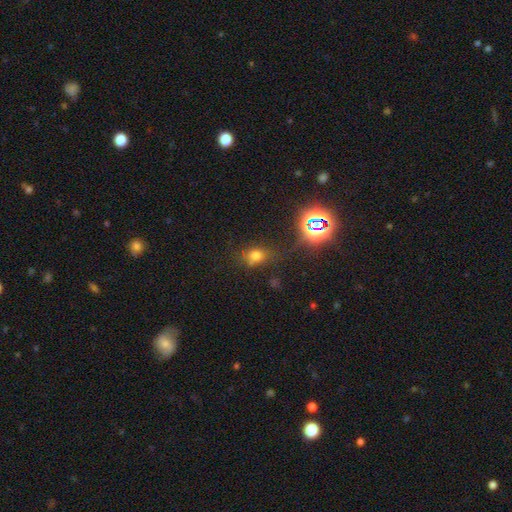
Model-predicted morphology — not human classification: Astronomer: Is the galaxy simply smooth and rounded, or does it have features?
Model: smooth — 64%.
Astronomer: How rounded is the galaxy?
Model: round — 57% (runner-up: in between, 41%).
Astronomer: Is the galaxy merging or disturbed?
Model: none — 67%.